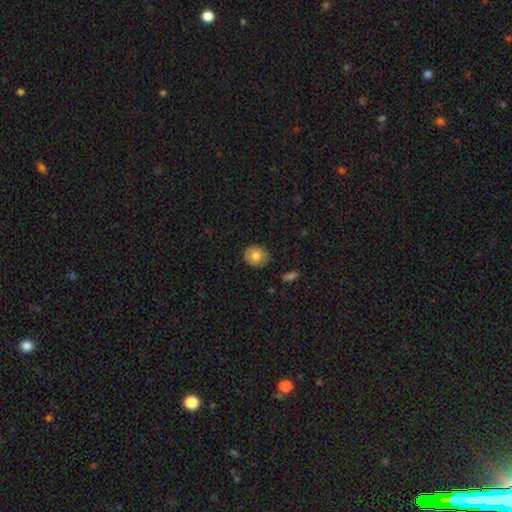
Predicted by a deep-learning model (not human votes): Smooth or featured?
  - smooth: 75% *
  - featured or disk: 17%
  - star or artifact: 8%
How rounded?
  - round: 78% *
  - in between: 21%
  - cigar-shaped: 1%
Merging?
  - none: 84% *
  - minor disturbance: 13%
  - major disturbance: 2%
  - merger: 1%